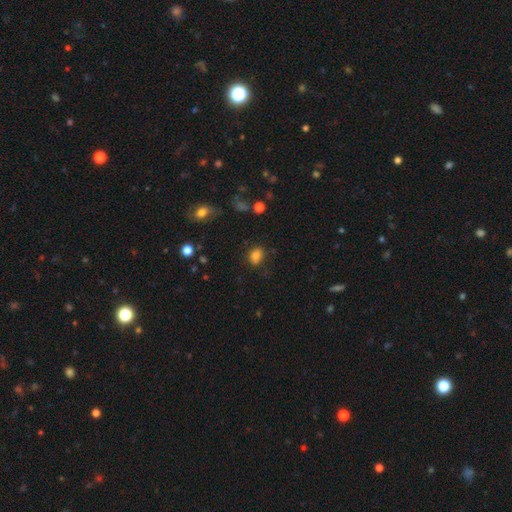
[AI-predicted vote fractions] smooth_or_featured: smooth (p=0.81) [alt: star or artifact p=0.13]
how_rounded: in between (p=0.64) [alt: round p=0.34]
merging: none (p=0.77) [alt: minor disturbance p=0.15]